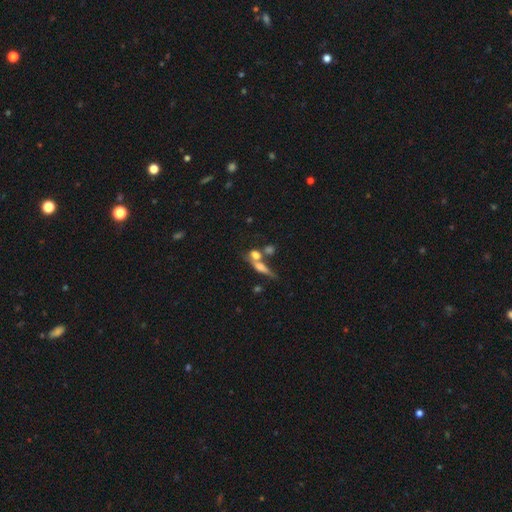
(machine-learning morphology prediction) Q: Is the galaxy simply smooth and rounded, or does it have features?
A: smooth — 58%.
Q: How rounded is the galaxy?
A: in between — 40%.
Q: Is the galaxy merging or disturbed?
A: merger — 44%.